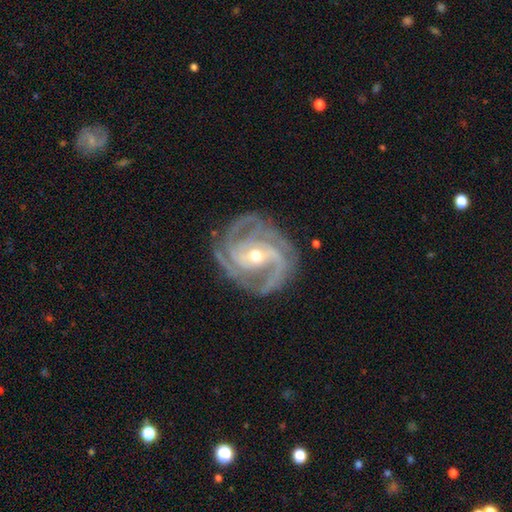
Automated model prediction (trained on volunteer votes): Morphology: type=featured or disk (92%); edge-on=no (97%); bar=weak (38%); spiral arms=yes (98%); winding=tight (59%); arm count=3 (45%); bulge=moderate (53%); merging=none (78%).